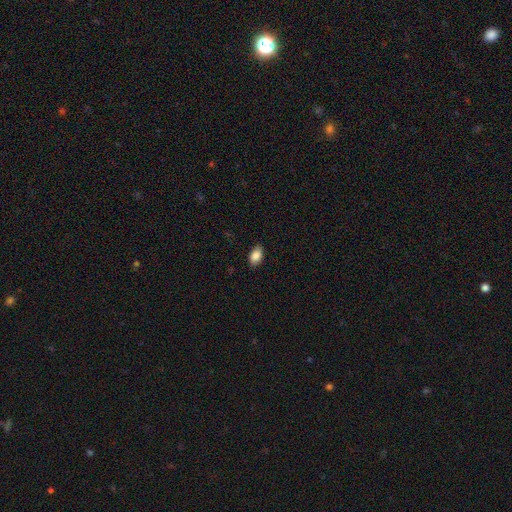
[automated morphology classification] Smooth or featured? Predicted: smooth (p=0.87). How rounded? Predicted: in between (p=0.89). Merging? Predicted: none (p=0.85).